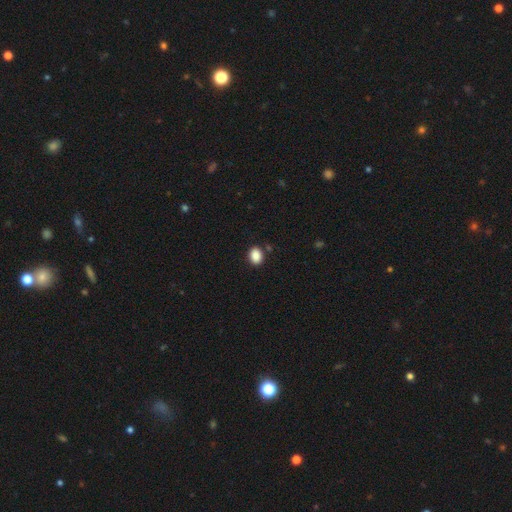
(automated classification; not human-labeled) Smooth or featured?
  - smooth: 89% *
  - star or artifact: 8%
  - featured or disk: 3%
How rounded?
  - in between: 67% *
  - round: 32%
  - cigar-shaped: 1%
Merging?
  - none: 86% *
  - minor disturbance: 9%
  - merger: 3%
  - major disturbance: 2%